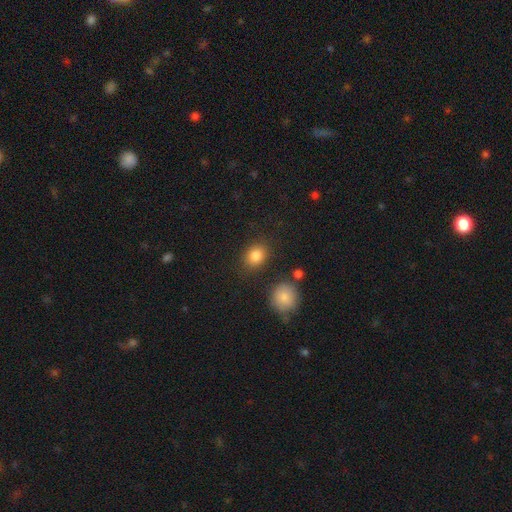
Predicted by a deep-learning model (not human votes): Smooth or featured? Predicted: smooth (p=0.85). How rounded? Predicted: round (p=0.51). Merging? Predicted: none (p=0.81).